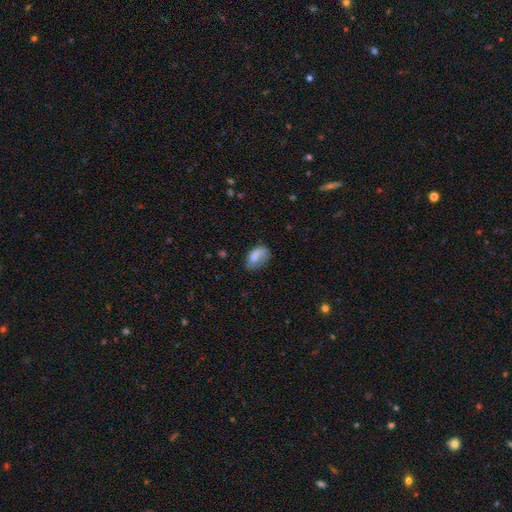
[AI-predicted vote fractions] This is likely a smooth galaxy (73%). How rounded: clearly in between (89%). Merging: possibly none (50%).